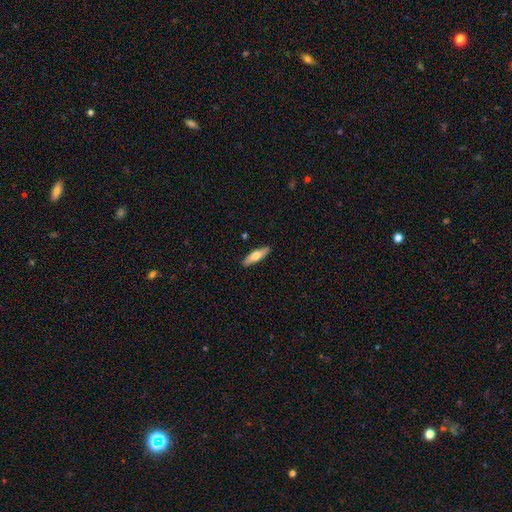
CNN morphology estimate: Overall: smooth (60%; featured or disk 34%). How rounded: cigar-shaped (66%; in between 32%). Merging: none (90%).